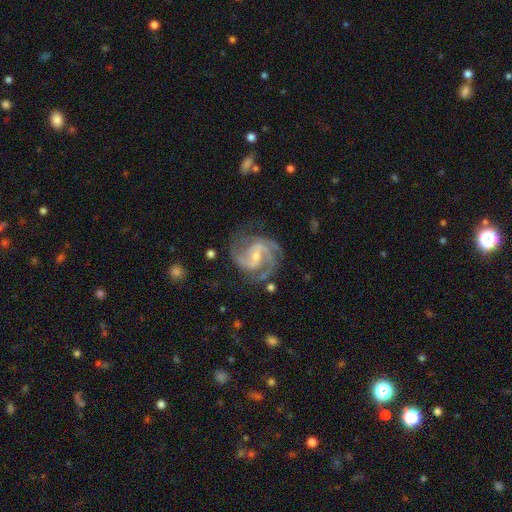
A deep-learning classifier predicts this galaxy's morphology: type=featured or disk (92%); edge-on=no (98%); bar=weak (51%); spiral arms=yes (98%); winding=medium (53%); arm count=2 (45%); bulge=small (57%); merging=none (71%).